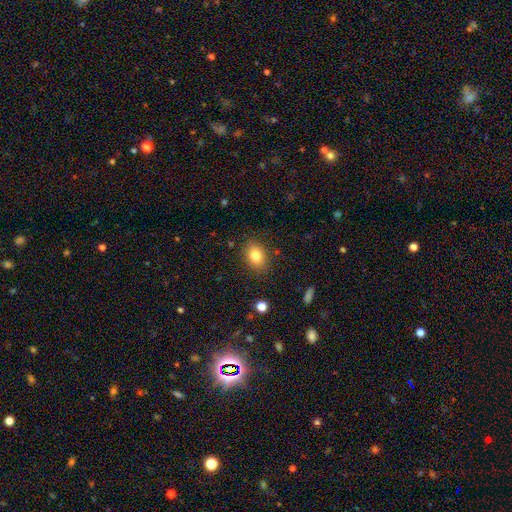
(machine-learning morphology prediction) A smooth galaxy with no disk features (81%) that is in between round and cigar-shaped (66%).

Vote fractions:
- Smooth or featured? smooth: 81% / star or artifact: 10% / featured or disk: 9%
- How rounded? in between: 66% / round: 33% / cigar-shaped: 1%
- Merging? none: 86% / minor disturbance: 10% / major disturbance: 3% / merger: 1%